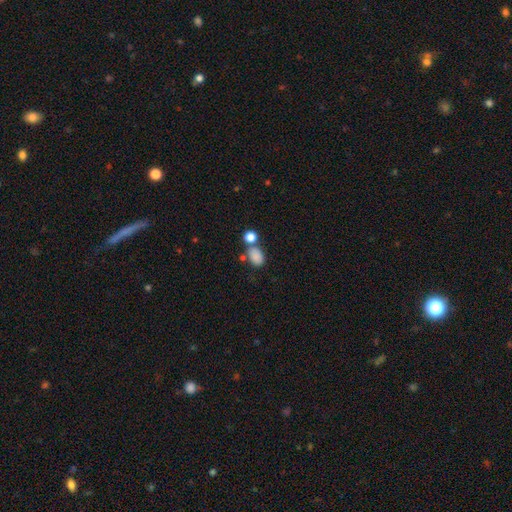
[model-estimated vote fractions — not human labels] Smooth or featured? Predicted: smooth (p=0.84). How rounded? Predicted: in between (p=0.83). Merging? Predicted: none (p=0.56).